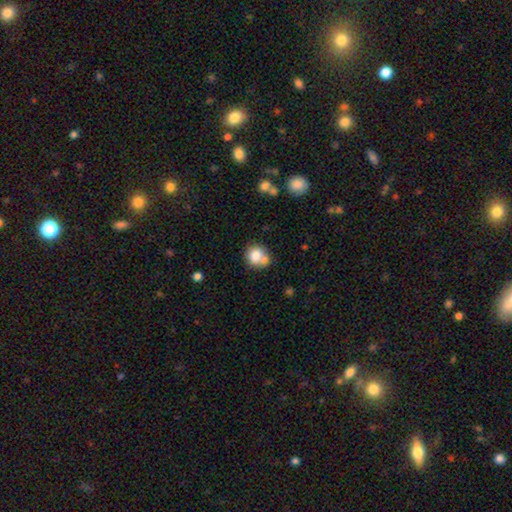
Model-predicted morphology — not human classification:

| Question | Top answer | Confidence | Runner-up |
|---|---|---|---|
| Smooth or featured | smooth | 77% | featured or disk (13%) |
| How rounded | round | 81% | in between (18%) |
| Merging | none | 52% | merger (28%) |